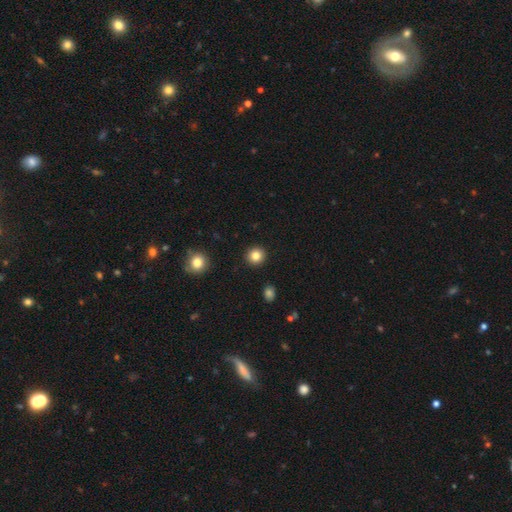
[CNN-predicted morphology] Smooth or featured?
  - smooth: 84% *
  - star or artifact: 11%
  - featured or disk: 6%
How rounded?
  - round: 94% *
  - in between: 5%
  - cigar-shaped: 1%
Merging?
  - none: 92% *
  - minor disturbance: 5%
  - major disturbance: 2%
  - merger: 1%